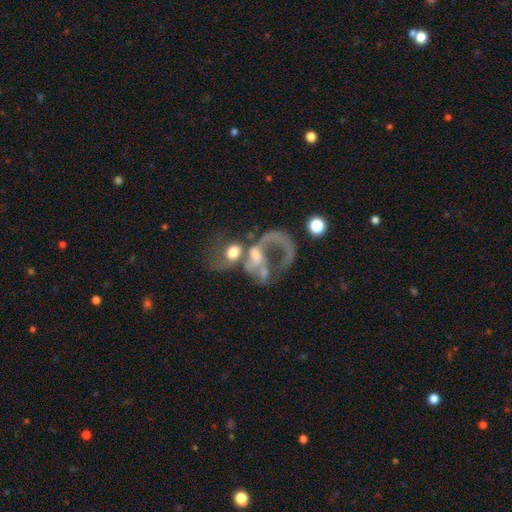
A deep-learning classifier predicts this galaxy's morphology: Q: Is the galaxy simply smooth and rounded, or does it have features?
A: featured or disk — 66%.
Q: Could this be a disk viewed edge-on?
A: no — 97%.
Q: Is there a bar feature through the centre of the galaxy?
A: no — 69%.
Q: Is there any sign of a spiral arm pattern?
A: yes — 52%.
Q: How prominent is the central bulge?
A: moderate — 37%.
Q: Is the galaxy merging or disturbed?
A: merger — 49%.